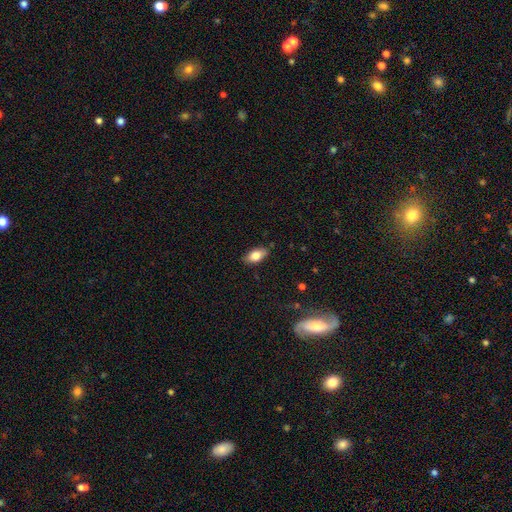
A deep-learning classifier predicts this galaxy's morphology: The model was most divided on "smooth or featured": smooth: 76%, featured or disk: 17%, star or artifact: 7%. More confident: how rounded — in between (87%); merging — none (82%).